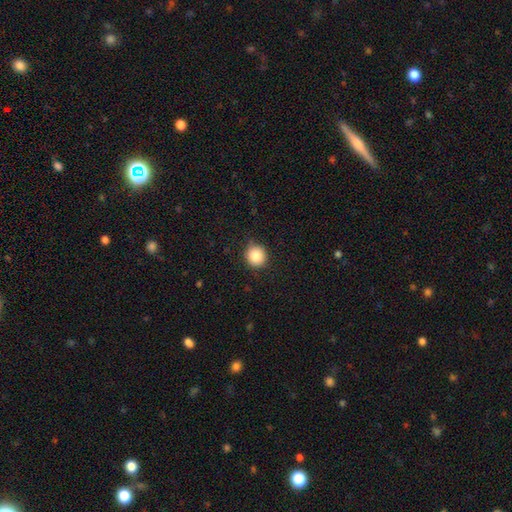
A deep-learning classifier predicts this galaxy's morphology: smooth_or_featured: smooth (p=0.85) [alt: star or artifact p=0.10]
how_rounded: round (p=0.91) [alt: in between p=0.08]
merging: none (p=0.85) [alt: minor disturbance p=0.11]